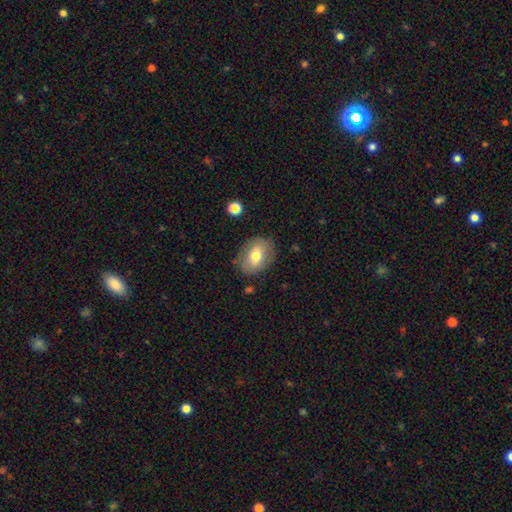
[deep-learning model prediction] Q: Smooth or featured?
A: smooth (63%); runner-up: featured or disk (30%)
Q: How rounded?
A: in between (72%); runner-up: round (27%)
Q: Merging?
A: none (79%); runner-up: minor disturbance (14%)